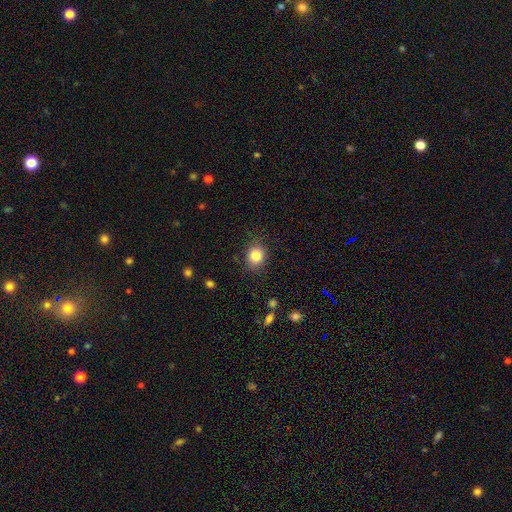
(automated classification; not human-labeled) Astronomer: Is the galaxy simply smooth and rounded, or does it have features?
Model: smooth — 84%.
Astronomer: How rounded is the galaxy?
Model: round — 69%.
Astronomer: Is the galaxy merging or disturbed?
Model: none — 84%.